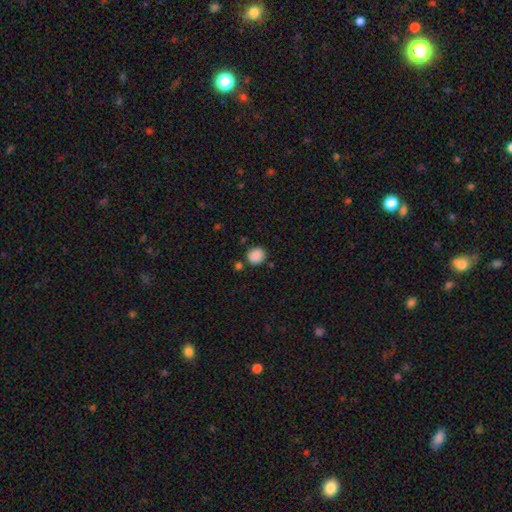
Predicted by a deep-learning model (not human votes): Smooth or featured? Predicted: smooth (p=0.88). How rounded? Predicted: round (p=0.84). Merging? Predicted: none (p=0.80).